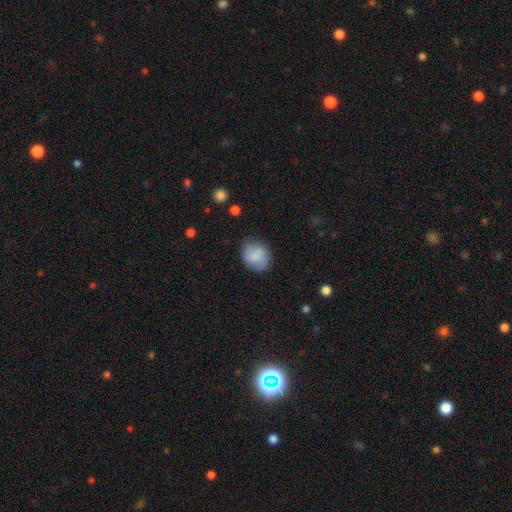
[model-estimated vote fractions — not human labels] smooth_or_featured: smooth (p=0.77) [alt: featured or disk p=0.15]
how_rounded: round (p=0.55) [alt: in between p=0.44]
merging: none (p=0.70) [alt: minor disturbance p=0.21]